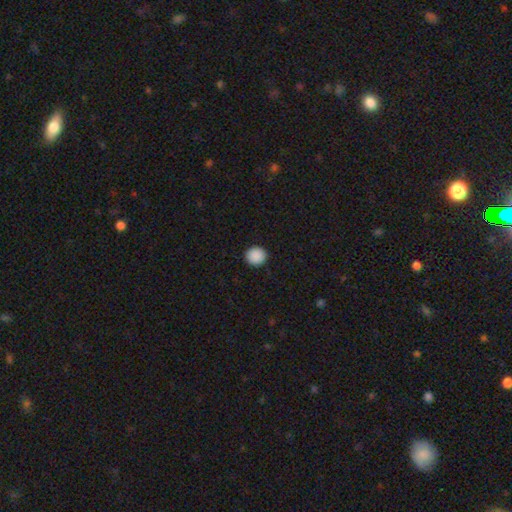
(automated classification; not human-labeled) smooth_or_featured: smooth (p=0.90) [alt: star or artifact p=0.08]
how_rounded: round (p=0.89) [alt: in between p=0.10]
merging: none (p=0.92) [alt: minor disturbance p=0.05]